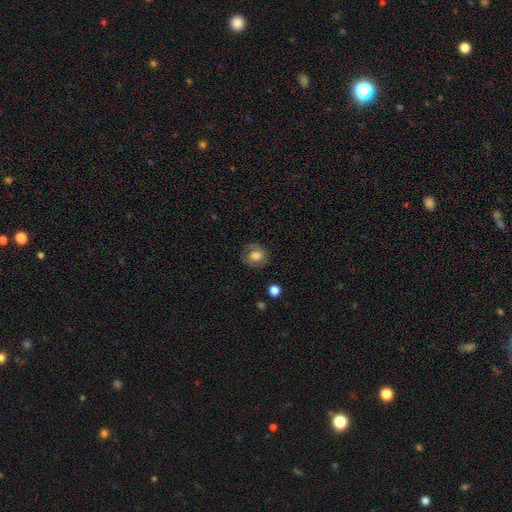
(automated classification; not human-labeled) smooth-or-featured: smooth: 61% | featured or disk: 30% | star or artifact: 9%
  how-rounded: round: 67% | in between: 32% | cigar-shaped: 1%
  merging: none: 75% | minor disturbance: 17% | major disturbance: 7% | merger: 1%